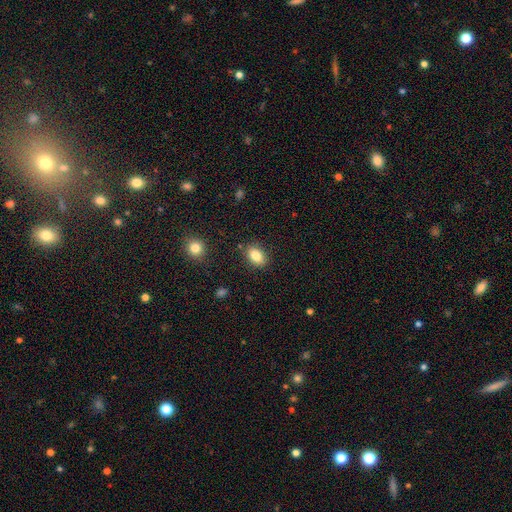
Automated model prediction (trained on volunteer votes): smooth 83%, star or artifact 9%, featured or disk 8%. Down the decision tree: how rounded — in between (84%); merging — none (85%).